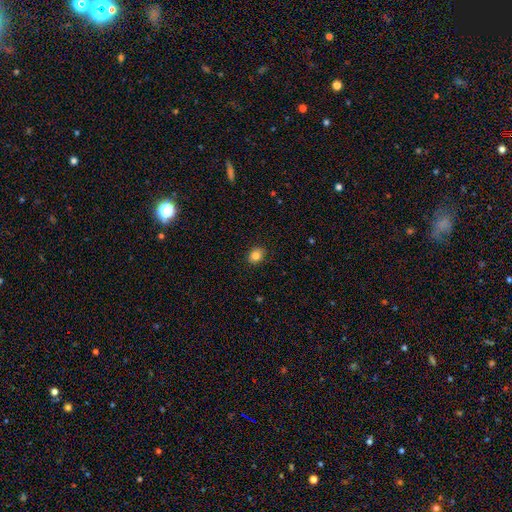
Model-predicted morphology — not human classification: This appears to be a smooth galaxy with no disk features (84%) that is round (53%). Merging: none (89%).